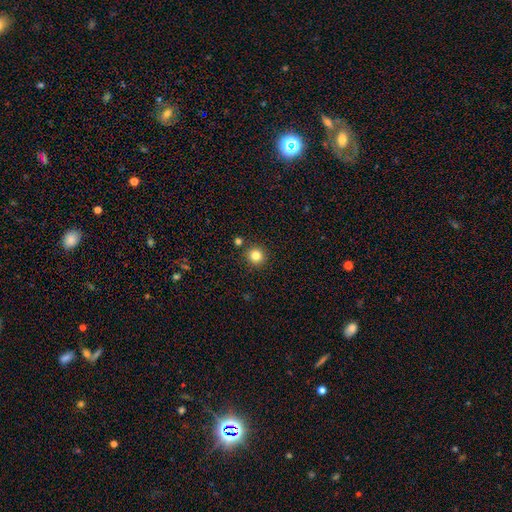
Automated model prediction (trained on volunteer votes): A smooth galaxy with no disk features (83%) that is round (94%).

Vote fractions:
- Smooth or featured? smooth: 83% / star or artifact: 12% / featured or disk: 5%
- How rounded? round: 94% / in between: 5% / cigar-shaped: 1%
- Merging? none: 88% / minor disturbance: 6% / merger: 4% / major disturbance: 2%